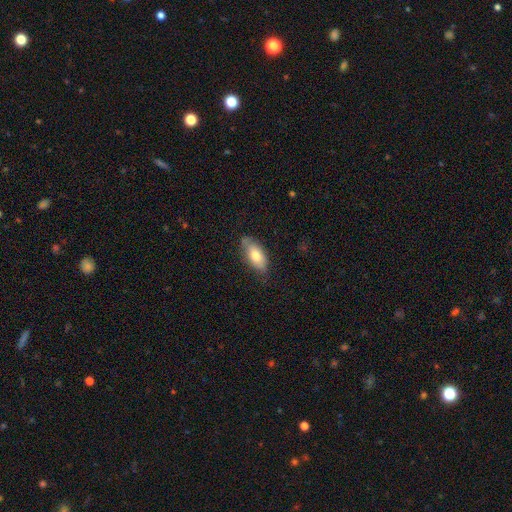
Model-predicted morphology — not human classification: A smooth galaxy with no disk features (73%) that is in between round and cigar-shaped (88%). Merging: none (72%).